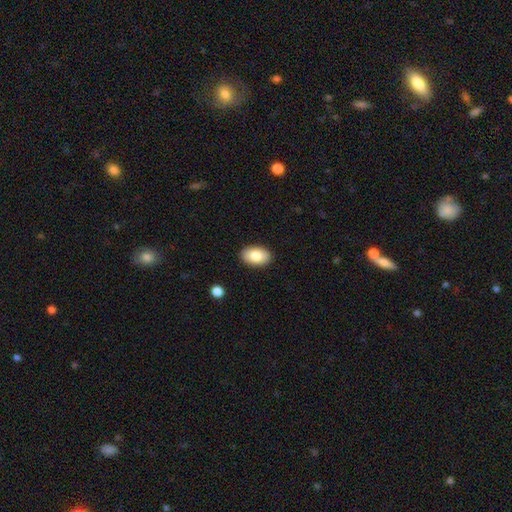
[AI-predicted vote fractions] Q: Smooth or featured?
A: smooth (82%); runner-up: featured or disk (11%)
Q: How rounded?
A: in between (91%); runner-up: round (8%)
Q: Merging?
A: none (90%); runner-up: minor disturbance (8%)